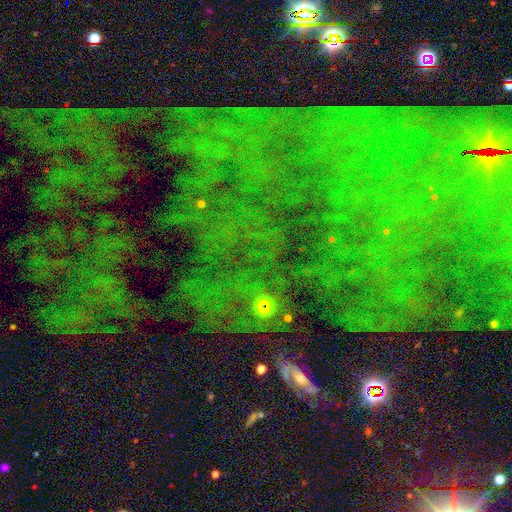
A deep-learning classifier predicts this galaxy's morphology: smooth_or_featured: star or artifact (p=0.80) [alt: featured or disk p=0.11]